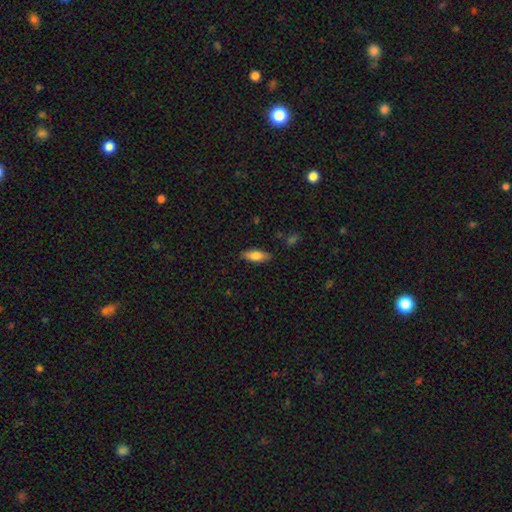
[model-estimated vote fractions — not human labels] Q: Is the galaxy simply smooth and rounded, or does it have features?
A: smooth — 76%.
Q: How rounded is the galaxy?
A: in between — 73%.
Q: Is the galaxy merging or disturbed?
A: none — 86%.